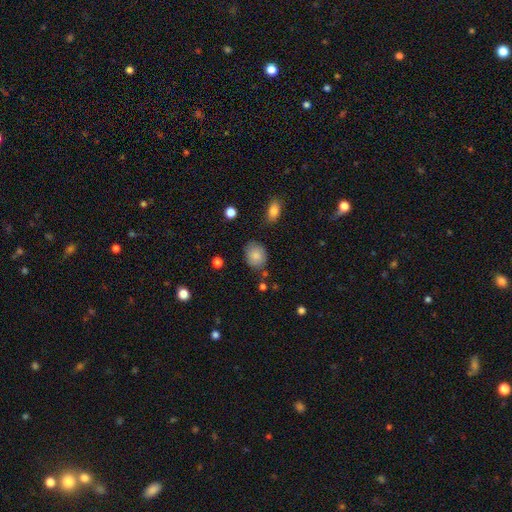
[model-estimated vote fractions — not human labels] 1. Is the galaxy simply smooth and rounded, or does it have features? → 84% smooth, 8% star or artifact, 7% featured or disk.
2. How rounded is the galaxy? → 52% round, 47% in between, 1% cigar-shaped.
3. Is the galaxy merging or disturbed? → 76% none, 17% minor disturbance, 4% major disturbance, 3% merger.